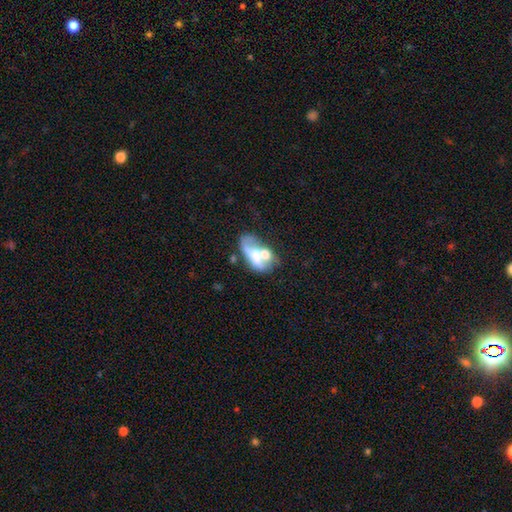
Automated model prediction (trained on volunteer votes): Q: Smooth or featured?
A: smooth (46%); runner-up: featured or disk (44%)
Q: Merging?
A: merger (47%); runner-up: major disturbance (23%)